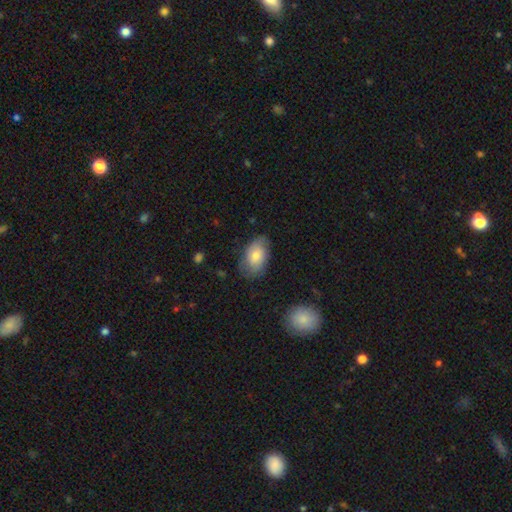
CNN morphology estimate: Smooth or featured? smooth (71%)
How rounded? in between (90%)
Merging? none (72%)